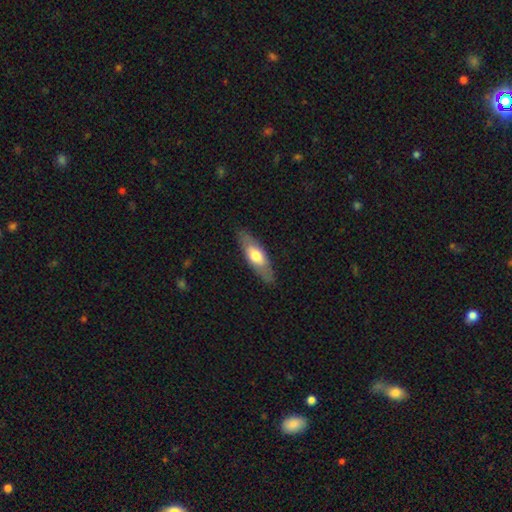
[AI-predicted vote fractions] Smooth or featured?
  - smooth: 58% *
  - featured or disk: 37%
  - star or artifact: 5%
How rounded?
  - in between: 61% *
  - cigar-shaped: 37%
  - round: 2%
Merging?
  - none: 84% *
  - minor disturbance: 12%
  - major disturbance: 3%
  - merger: 1%